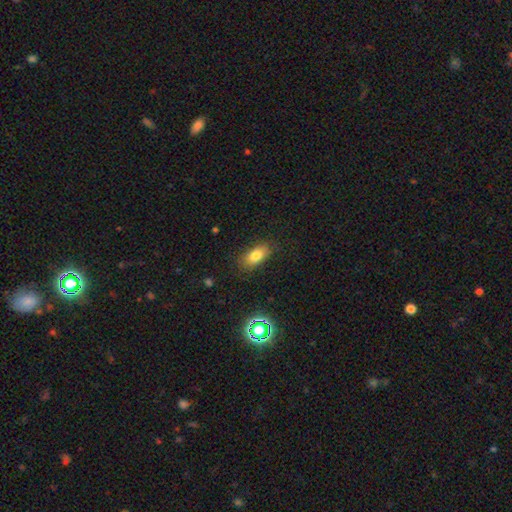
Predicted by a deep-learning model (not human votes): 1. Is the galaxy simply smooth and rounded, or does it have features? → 78% smooth, 11% featured or disk, 11% star or artifact.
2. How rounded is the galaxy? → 85% in between, 8% round, 7% cigar-shaped.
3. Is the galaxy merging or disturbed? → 82% none, 13% minor disturbance, 3% major disturbance, 1% merger.